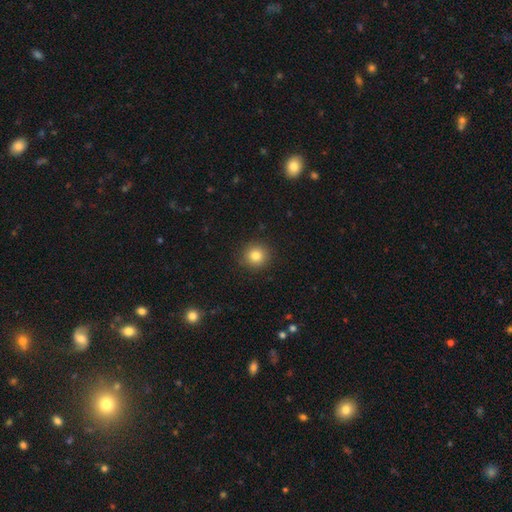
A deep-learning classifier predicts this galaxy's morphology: This appears to be a smooth galaxy with no disk features (82%) that is round (93%). Merging: none (90%).